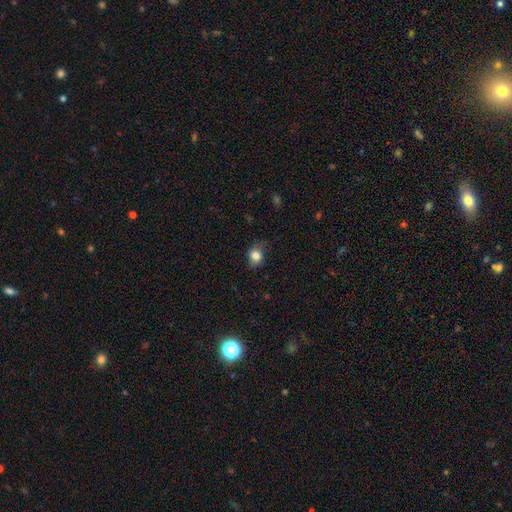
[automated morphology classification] smooth_or_featured: smooth (p=0.82) [alt: star or artifact p=0.10]
how_rounded: round (p=0.58) [alt: in between p=0.41]
merging: none (p=0.64) [alt: minor disturbance p=0.27]